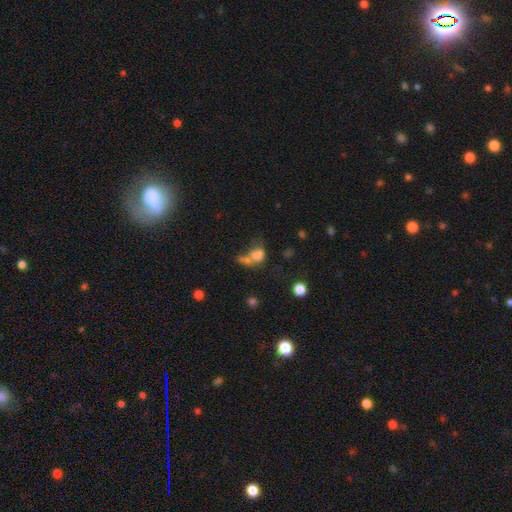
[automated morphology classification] smooth_or_featured: smooth (p=0.65) [alt: featured or disk p=0.19]
how_rounded: in between (p=0.60) [alt: round p=0.37]
merging: merger (p=0.50) [alt: none p=0.20]